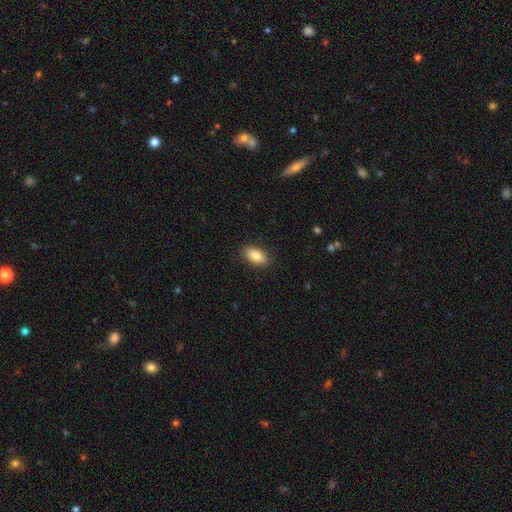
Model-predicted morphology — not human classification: smooth-or-featured: smooth: 86% | featured or disk: 7% | star or artifact: 7%
  how-rounded: in between: 91% | cigar-shaped: 5% | round: 4%
  merging: none: 88% | minor disturbance: 8% | major disturbance: 2% | merger: 1%